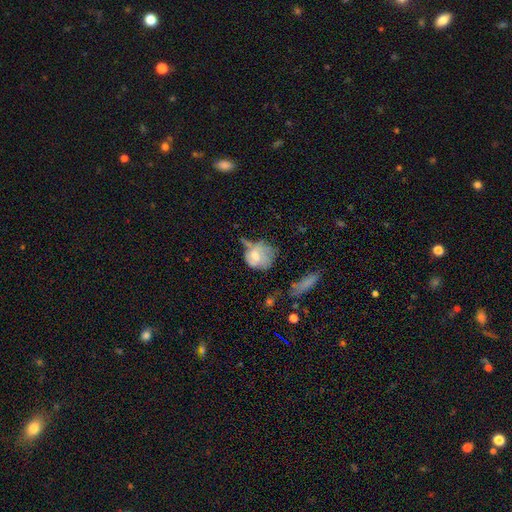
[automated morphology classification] smooth-or-featured: smooth: 58% | featured or disk: 33% | star or artifact: 9%
  how-rounded: round: 61% | in between: 37% | cigar-shaped: 2%
  merging: major disturbance: 29% (tied) | minor disturbance: 29% (tied) | none: 28% | merger: 14%